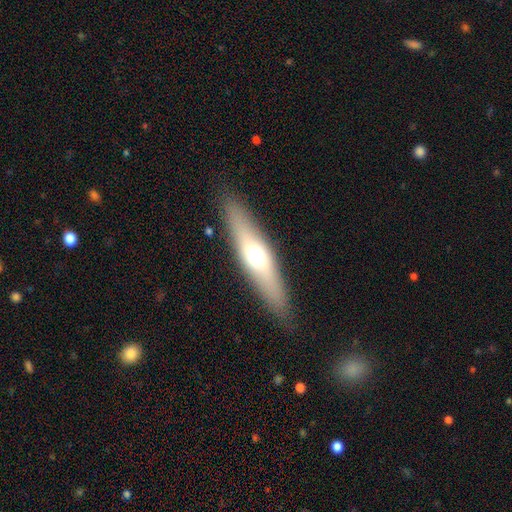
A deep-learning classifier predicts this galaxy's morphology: The model was most divided on "smooth or featured": smooth: 50%, featured or disk: 43%, star or artifact: 7%. More confident: merging — none (88%); how rounded — cigar-shaped (71%).